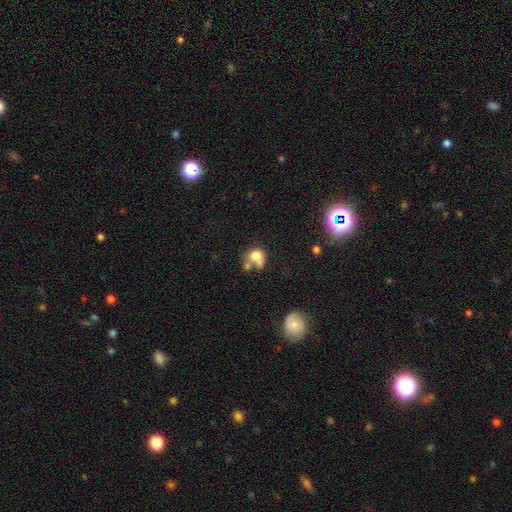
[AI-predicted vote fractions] Smooth or featured: smooth — 72% (featured or disk — 17%)
How rounded: round — 59% (in between — 40%)
Merging: merger — 43% (none — 28%)